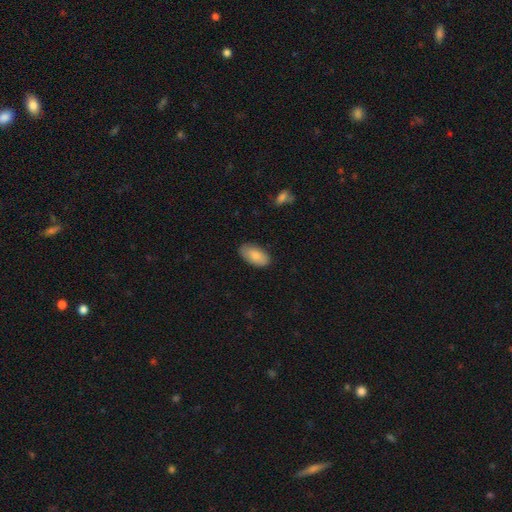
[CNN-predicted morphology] type=smooth (83%); roundness=in between (94%); merging=none (82%).